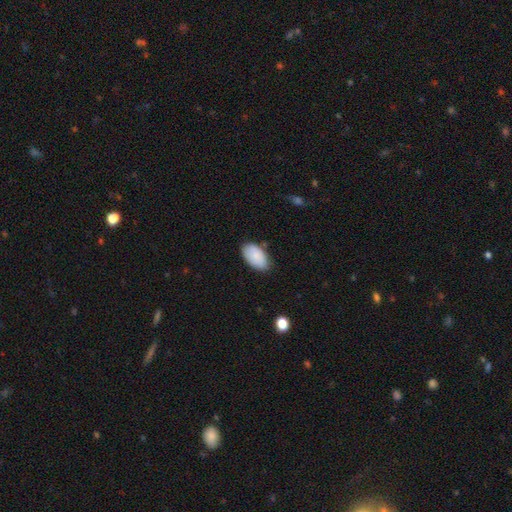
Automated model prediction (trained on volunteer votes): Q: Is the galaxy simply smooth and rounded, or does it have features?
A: smooth — 87%.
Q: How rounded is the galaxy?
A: in between — 95%.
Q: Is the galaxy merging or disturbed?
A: none — 78%.